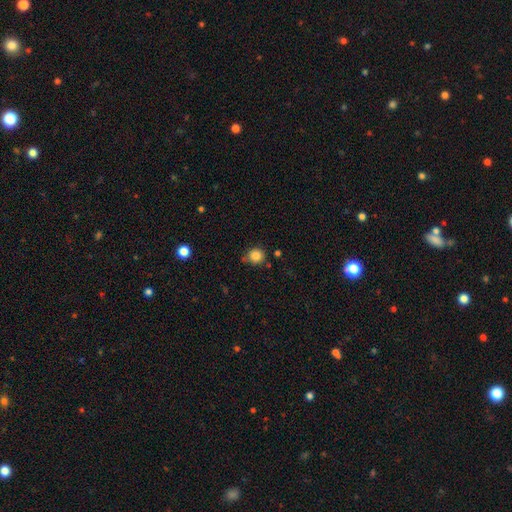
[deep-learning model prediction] Smooth or featured? smooth (84%)
How rounded? round (90%)
Merging? none (74%)